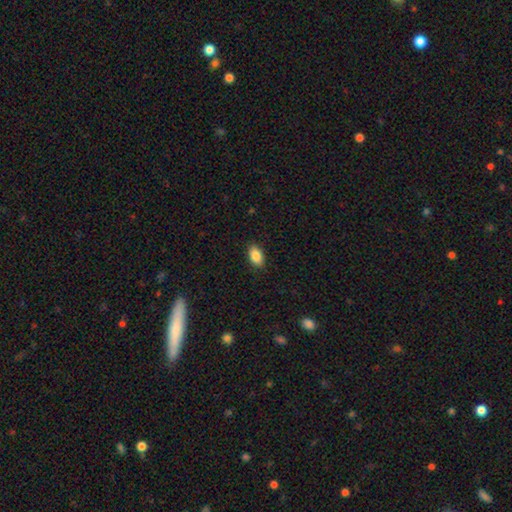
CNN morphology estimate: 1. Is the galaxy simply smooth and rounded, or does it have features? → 88% smooth, 7% star or artifact, 4% featured or disk.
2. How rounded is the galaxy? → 92% in between, 6% round, 2% cigar-shaped.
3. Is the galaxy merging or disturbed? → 88% none, 9% minor disturbance, 2% major disturbance, 1% merger.